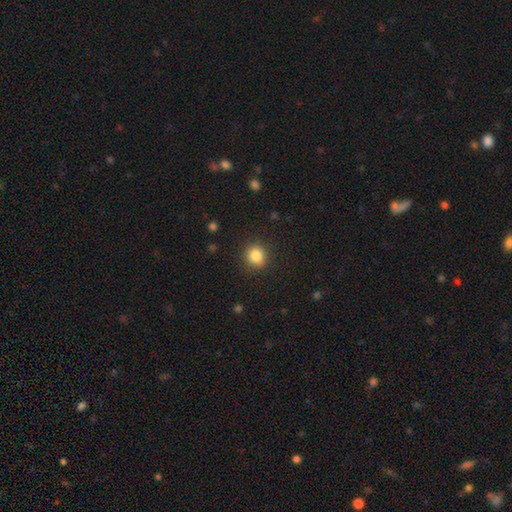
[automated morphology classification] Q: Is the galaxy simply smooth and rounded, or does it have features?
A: smooth — 85%.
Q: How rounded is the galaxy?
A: round — 86%.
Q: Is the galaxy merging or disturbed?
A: none — 89%.